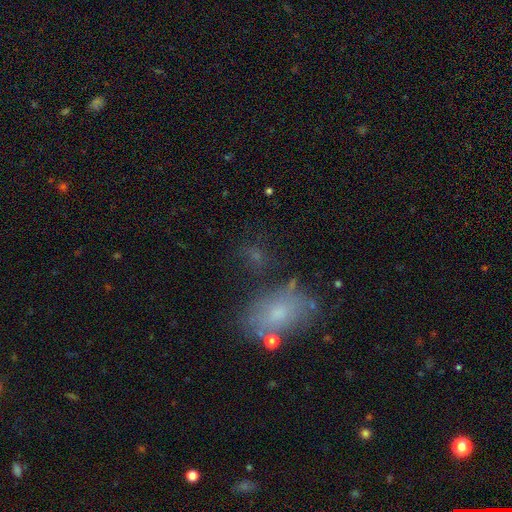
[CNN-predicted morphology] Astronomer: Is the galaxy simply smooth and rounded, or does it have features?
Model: smooth — 59%.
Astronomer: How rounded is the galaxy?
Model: in between — 73%.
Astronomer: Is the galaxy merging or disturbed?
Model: none — 60%.